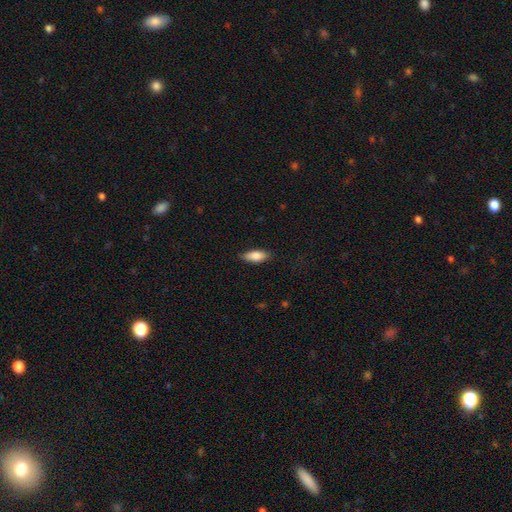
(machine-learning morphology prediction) smooth 83%, featured or disk 11%, star or artifact 6%. Down the decision tree: how rounded — in between (81%); merging — none (82%).